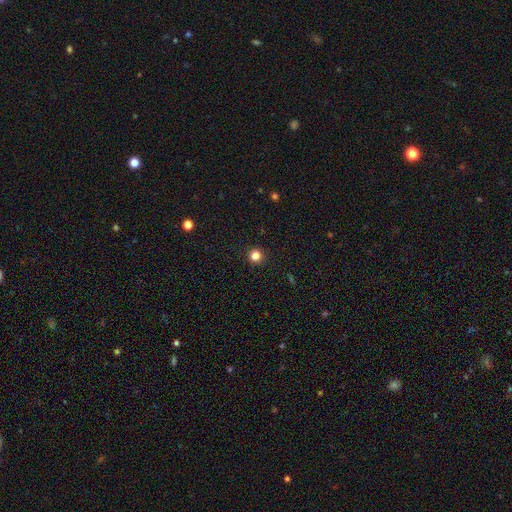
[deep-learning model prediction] Overall: smooth (83%). How rounded: round (95%). Merging: none (93%).